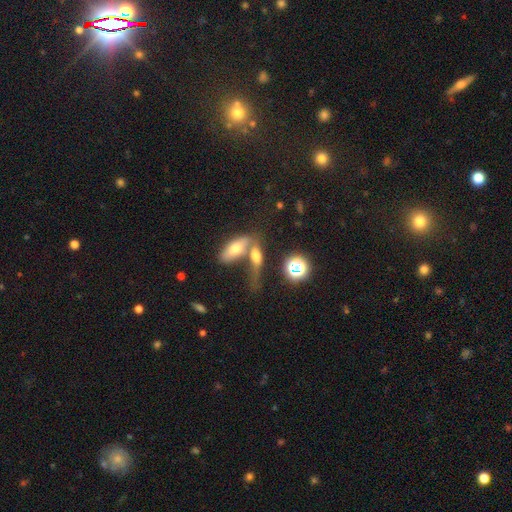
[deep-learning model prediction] Smooth or featured?
  - smooth: 64% *
  - featured or disk: 23%
  - star or artifact: 13%
How rounded?
  - in between: 66% *
  - cigar-shaped: 26%
  - round: 8%
Merging?
  - merger: 55% *
  - none: 26%
  - minor disturbance: 10%
  - major disturbance: 9%